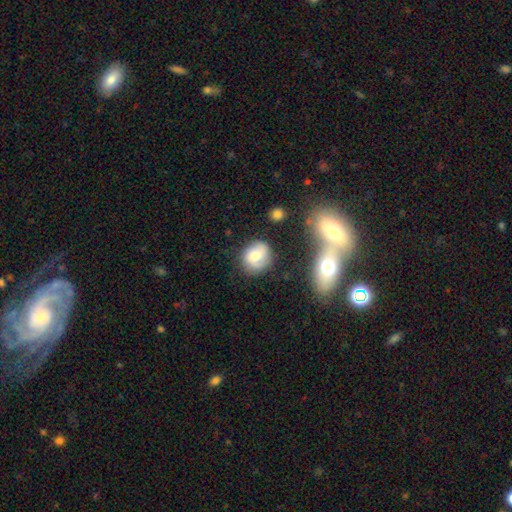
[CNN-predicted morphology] Smooth or featured? smooth (64%)
How rounded? round (68%)
Merging? none (68%)